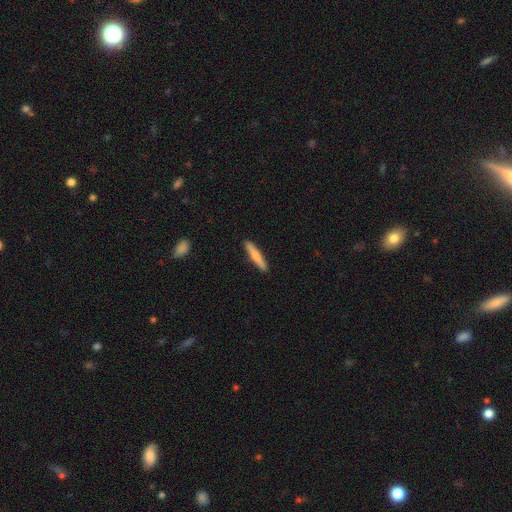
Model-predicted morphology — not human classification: The model was most divided on "smooth or featured": smooth: 62%, featured or disk: 33%, star or artifact: 5%. More confident: how rounded — cigar-shaped (93%); merging — none (91%).